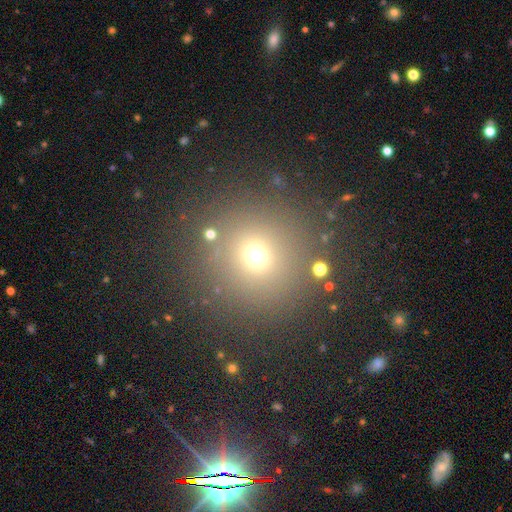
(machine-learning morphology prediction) Smooth or featured?
  - smooth: 64% *
  - star or artifact: 26%
  - featured or disk: 9%
How rounded?
  - round: 94% *
  - in between: 5%
  - cigar-shaped: 1%
Merging?
  - none: 85% *
  - minor disturbance: 7%
  - major disturbance: 4%
  - merger: 4%